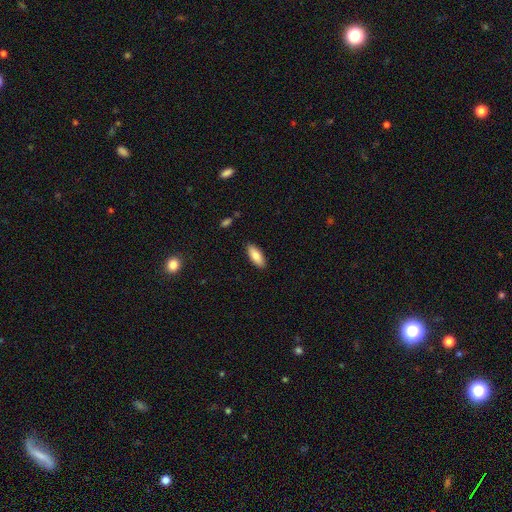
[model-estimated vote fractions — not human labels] Overall: smooth (82%). How rounded: in between (78%). Merging: none (88%).